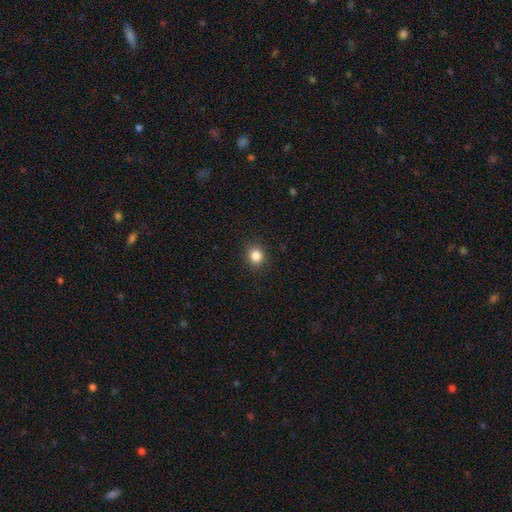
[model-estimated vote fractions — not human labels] The model was most divided on "how rounded": round: 84%, in between: 15%, cigar-shaped: 1%. More confident: merging — none (91%); smooth or featured — smooth (85%).